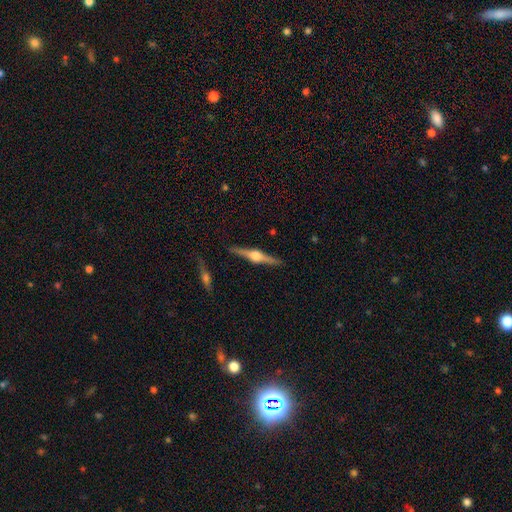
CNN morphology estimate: This is clearly a featured or disk galaxy (85%). It is clearly viewed edge-on (98%). Edge-on bulge: clearly rounded (93%). Merging: clearly none (91%).